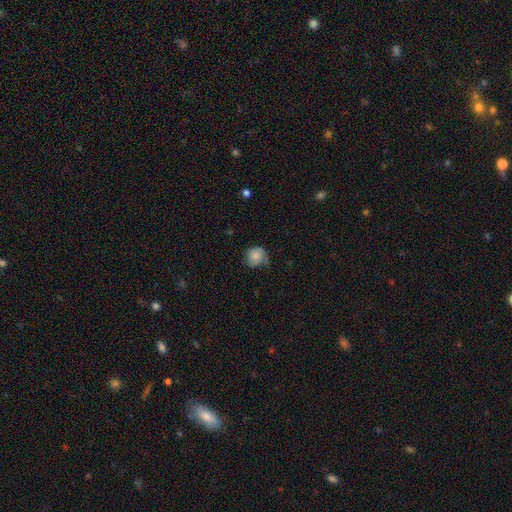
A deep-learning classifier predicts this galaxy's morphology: This appears to be a smooth galaxy with no disk features (71%) that is round (80%). Merging: none (52%).